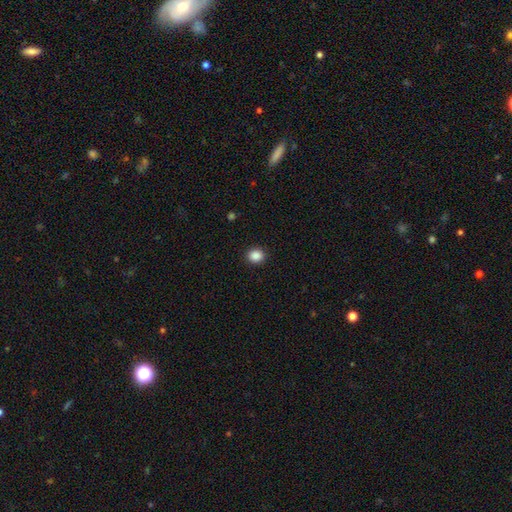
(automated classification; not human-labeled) Overall: smooth (88%). How rounded: round (74%). Merging: none (91%).